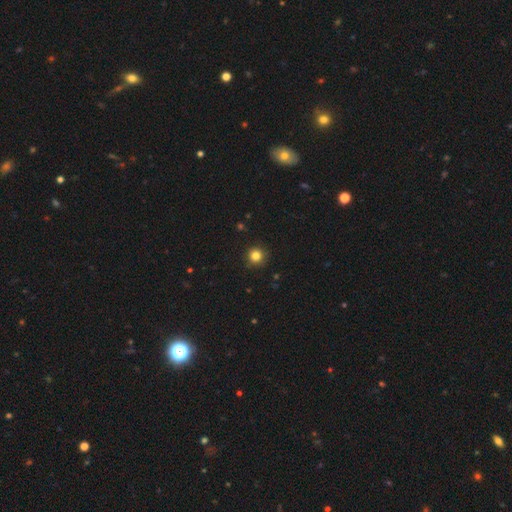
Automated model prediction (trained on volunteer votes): A smooth galaxy with no disk features (83%) that is round (96%). Merging: none (92%).